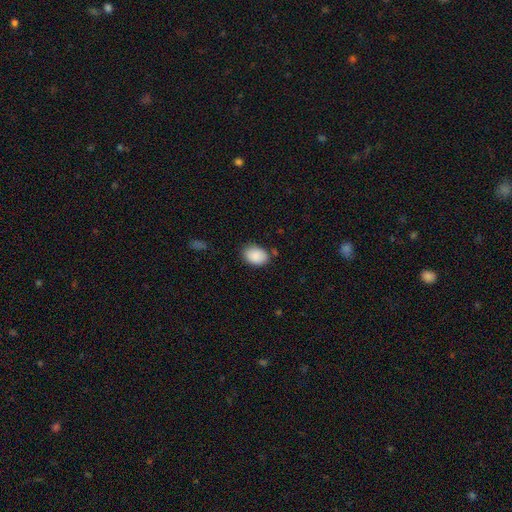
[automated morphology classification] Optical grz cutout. It shows a smooth galaxy with no disk features (88%) that is in between round and cigar-shaped (80%). Merging: none (79%).